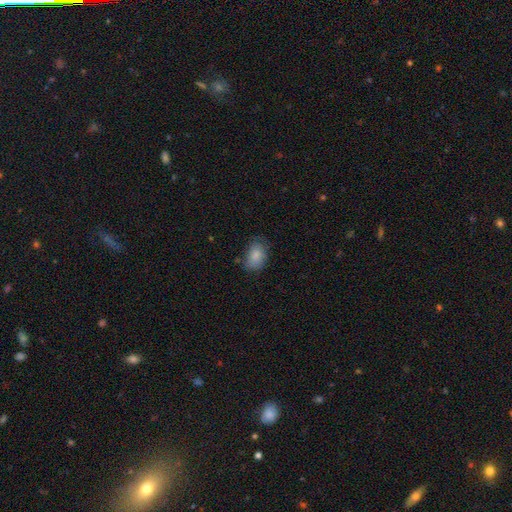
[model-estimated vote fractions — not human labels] Smooth or featured?
  - smooth: 85% *
  - star or artifact: 7%
  - featured or disk: 7%
How rounded?
  - in between: 85% *
  - round: 14%
  - cigar-shaped: 1%
Merging?
  - none: 65% *
  - minor disturbance: 26%
  - major disturbance: 7%
  - merger: 2%